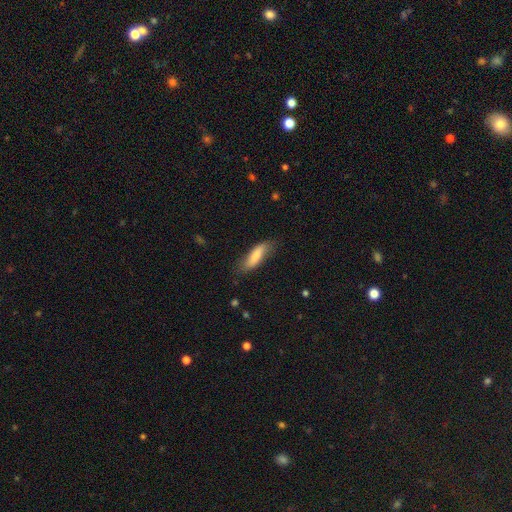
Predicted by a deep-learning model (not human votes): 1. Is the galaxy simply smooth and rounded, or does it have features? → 76% smooth, 18% featured or disk, 6% star or artifact.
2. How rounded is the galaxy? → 54% cigar-shaped, 44% in between, 2% round.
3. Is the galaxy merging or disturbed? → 69% none, 24% minor disturbance, 6% major disturbance, 2% merger.